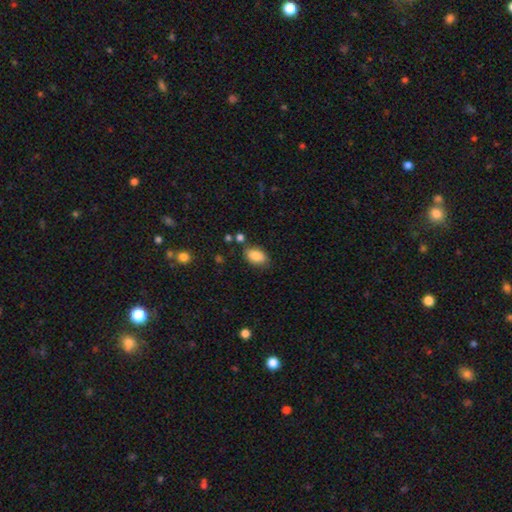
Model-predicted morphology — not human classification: Overall: smooth (85%). How rounded: in between (91%). Merging: none (78%).